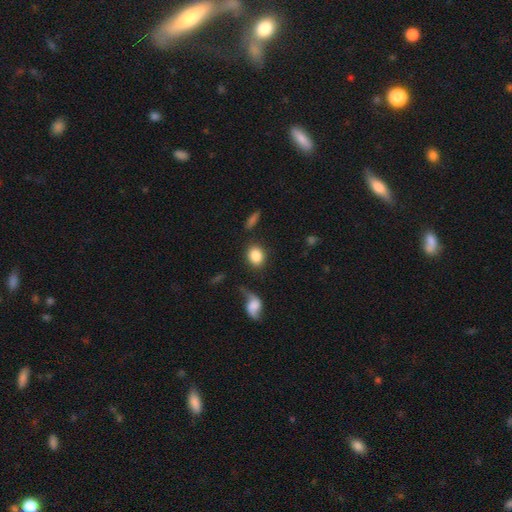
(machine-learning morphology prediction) smooth-or-featured: smooth: 84% | featured or disk: 9% | star or artifact: 7%
  how-rounded: round: 53% | in between: 46% | cigar-shaped: 2%
  merging: none: 75% | minor disturbance: 12% | merger: 6% | major disturbance: 6%